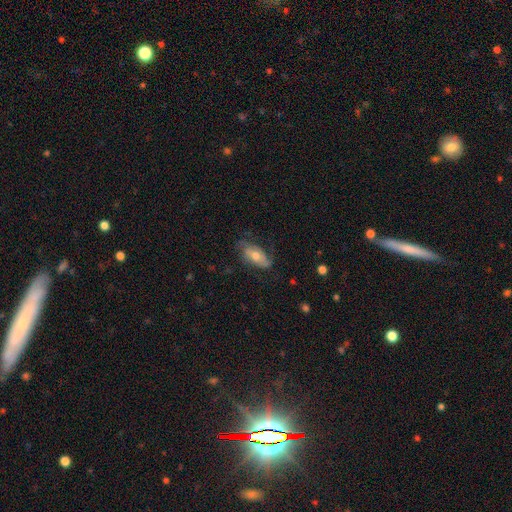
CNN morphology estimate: A featured or disk galaxy (49%).

Vote fractions:
- Smooth or featured? featured or disk: 49% / smooth: 43% / star or artifact: 8%
- Merging? none: 63% / minor disturbance: 25% / major disturbance: 11% / merger: 1%